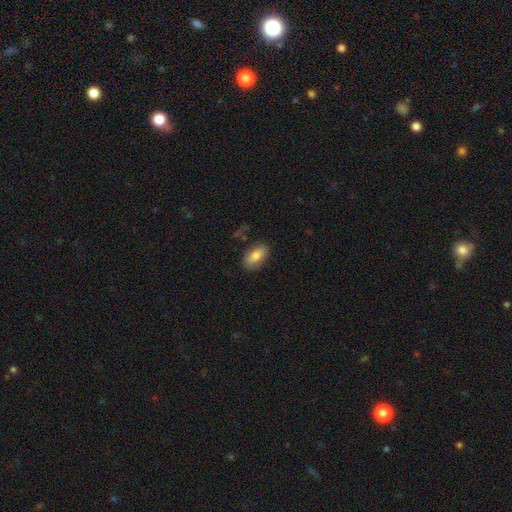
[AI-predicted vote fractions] Smooth or featured? Predicted: smooth (p=0.76). How rounded? Predicted: in between (p=0.89). Merging? Predicted: none (p=0.80).